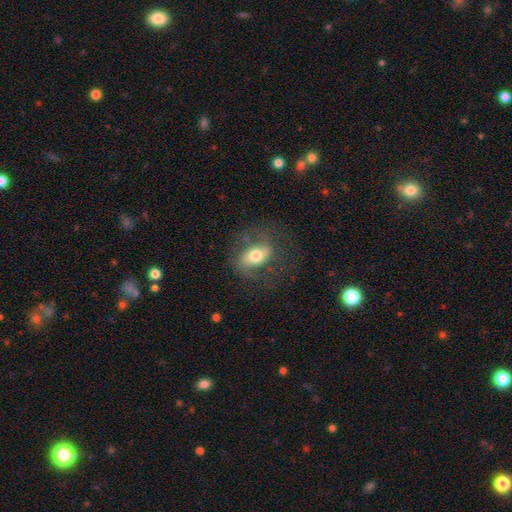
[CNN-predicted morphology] smooth-or-featured: featured or disk: 54% | smooth: 38% | star or artifact: 8%
  disk-edge-on: no: 91% | yes: 9%
  merging: none: 64% | minor disturbance: 18% | major disturbance: 16% | merger: 2%